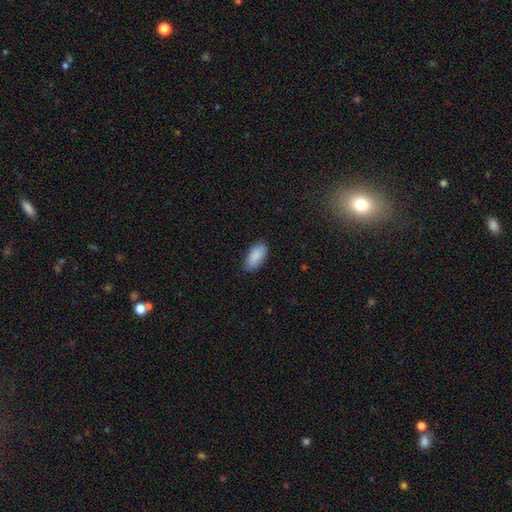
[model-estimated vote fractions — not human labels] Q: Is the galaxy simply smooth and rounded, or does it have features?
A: smooth — 89%.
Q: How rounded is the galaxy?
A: in between — 93%.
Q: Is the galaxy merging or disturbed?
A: none — 84%.